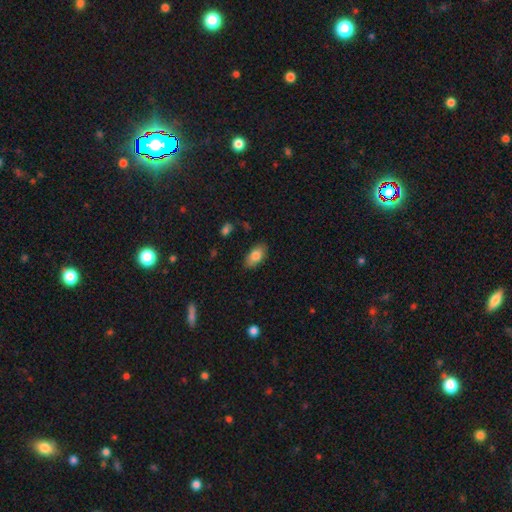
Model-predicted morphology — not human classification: smooth 81%, featured or disk 12%, star or artifact 7%. Down the decision tree: how rounded — in between (91%); merging — none (84%).